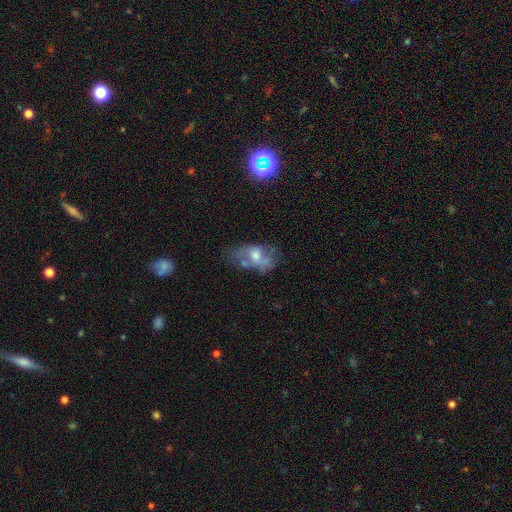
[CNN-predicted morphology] Smooth or featured: featured or disk — 48% (smooth — 39%)
Merging: none — 38% (minor disturbance — 25%)